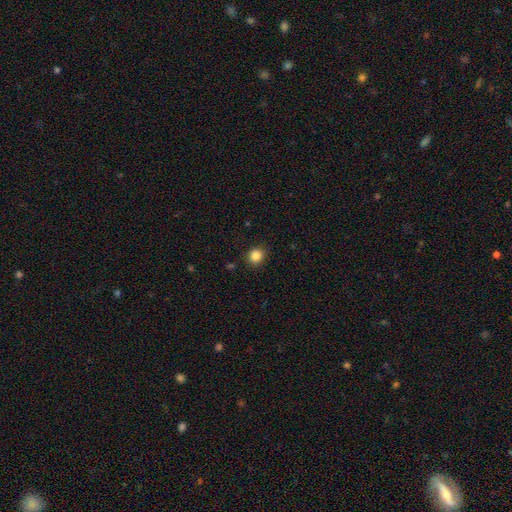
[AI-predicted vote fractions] This is clearly a smooth galaxy (86%). How rounded: clearly round (83%). Merging: clearly none (90%).